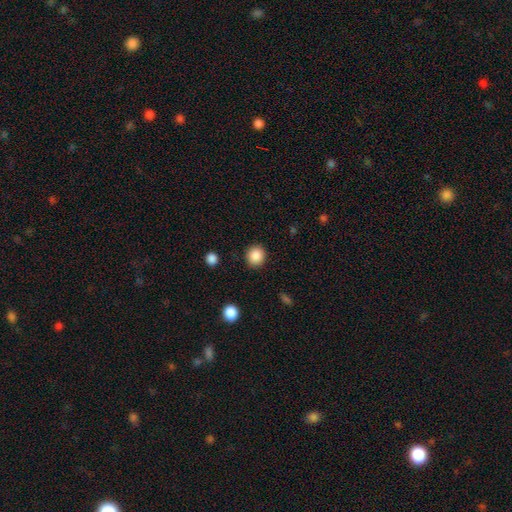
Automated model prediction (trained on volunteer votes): This appears to be a smooth galaxy with no disk features (88%) that is round (83%). Merging: none (90%).